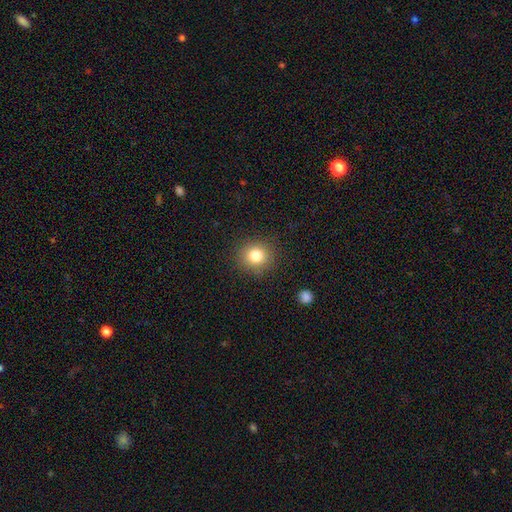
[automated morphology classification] Smooth or featured?
  - smooth: 81% *
  - star or artifact: 12%
  - featured or disk: 8%
How rounded?
  - round: 87% *
  - in between: 12%
  - cigar-shaped: 1%
Merging?
  - none: 88% *
  - minor disturbance: 7%
  - major disturbance: 3%
  - merger: 1%